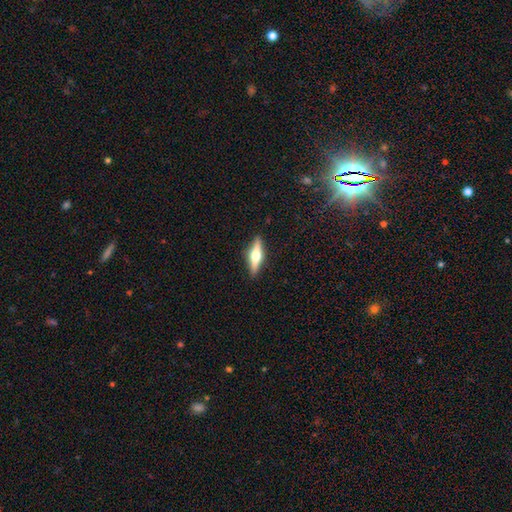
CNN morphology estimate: This is likely a featured or disk galaxy (64%). It is clearly viewed edge-on (96%). Edge-on bulge: clearly rounded (95%). Merging: clearly none (90%).